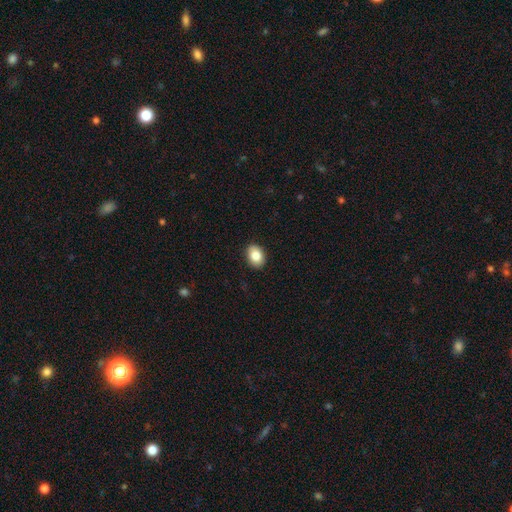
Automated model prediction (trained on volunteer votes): smooth_or_featured: smooth (p=0.85) [alt: star or artifact p=0.08]
how_rounded: in between (p=0.74) [alt: round p=0.25]
merging: none (p=0.89) [alt: minor disturbance p=0.08]